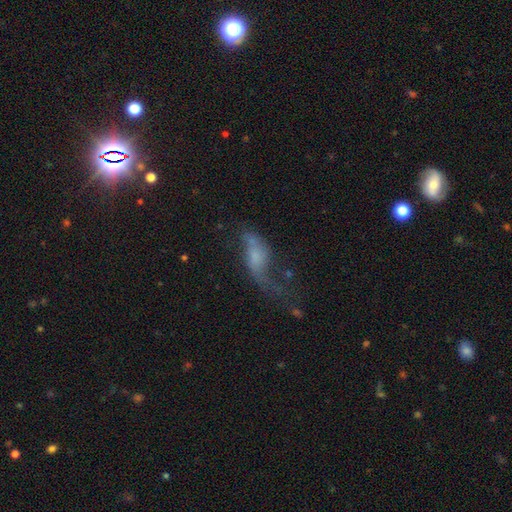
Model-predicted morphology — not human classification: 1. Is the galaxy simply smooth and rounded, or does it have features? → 63% featured or disk, 26% smooth, 11% star or artifact.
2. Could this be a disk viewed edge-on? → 89% no, 11% yes.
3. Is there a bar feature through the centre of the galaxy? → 62% no, 29% weak, 9% strong.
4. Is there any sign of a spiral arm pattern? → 78% yes, 22% no.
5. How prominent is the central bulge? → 39% small, 35% none, 20% moderate, 5% large, 2% dominant.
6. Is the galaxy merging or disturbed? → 37% major disturbance, 35% none, 21% minor disturbance, 7% merger.